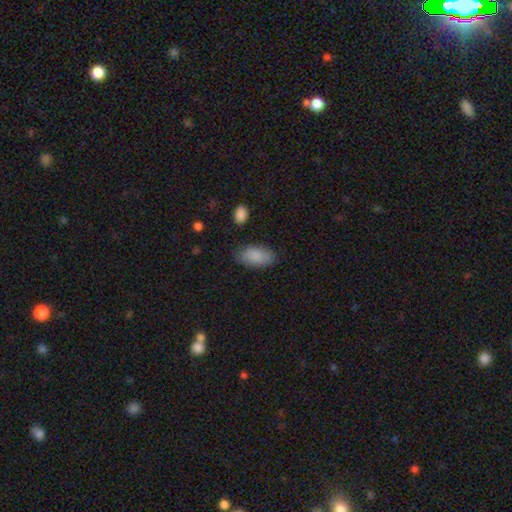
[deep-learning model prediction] Smooth or featured: smooth — 87% (featured or disk — 6%)
How rounded: in between — 94% (cigar-shaped — 3%)
Merging: none — 78% (minor disturbance — 16%)